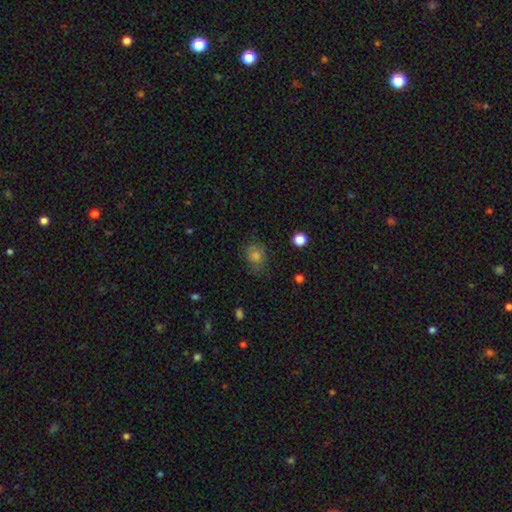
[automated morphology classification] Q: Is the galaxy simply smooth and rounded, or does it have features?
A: smooth — 70%.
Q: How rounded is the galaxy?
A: round — 59%.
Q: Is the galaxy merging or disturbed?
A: none — 73%.